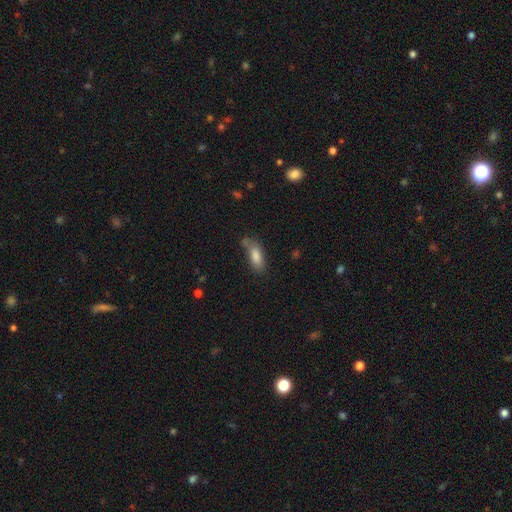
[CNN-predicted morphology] smooth_or_featured: smooth (p=0.80) [alt: featured or disk p=0.11]
how_rounded: in between (p=0.72) [alt: cigar-shaped p=0.25]
merging: none (p=0.58) [alt: minor disturbance p=0.25]